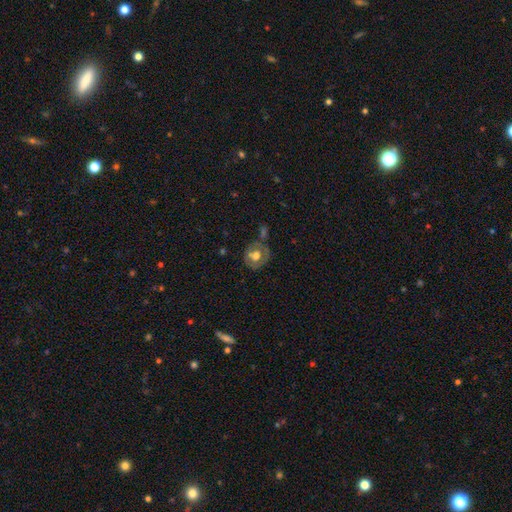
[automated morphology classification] featured or disk 47%, smooth 46%, star or artifact 8%. Down the decision tree: merging — none (60%).